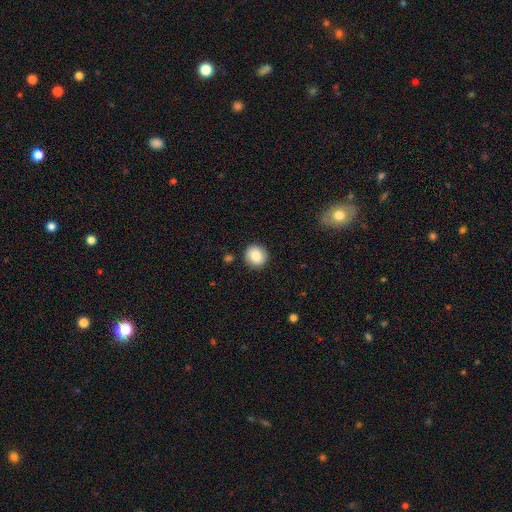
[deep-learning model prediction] smooth_or_featured: smooth (p=0.86) [alt: star or artifact p=0.08]
how_rounded: round (p=0.90) [alt: in between p=0.09]
merging: none (p=0.89) [alt: minor disturbance p=0.08]